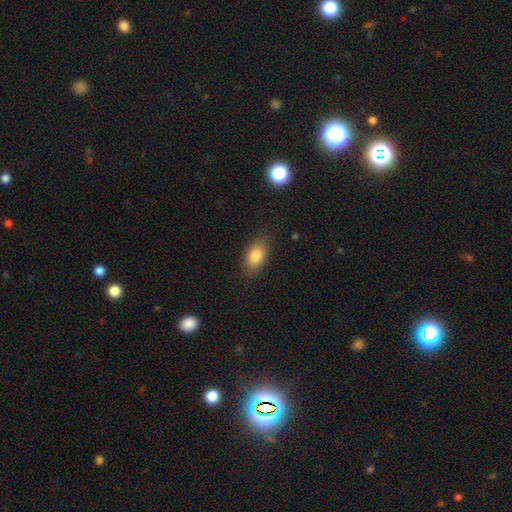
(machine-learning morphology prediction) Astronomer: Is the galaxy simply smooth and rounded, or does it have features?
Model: smooth — 84%.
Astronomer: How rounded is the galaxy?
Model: in between — 89%.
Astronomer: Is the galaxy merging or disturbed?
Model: none — 86%.